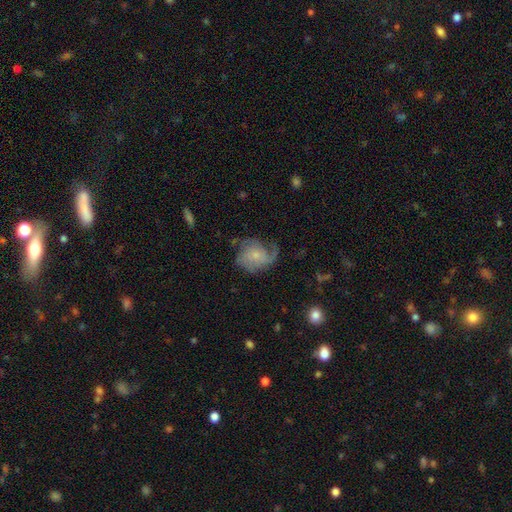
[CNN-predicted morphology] Q: Smooth or featured?
A: featured or disk (69%); runner-up: smooth (23%)
Q: Edge-on disk?
A: no (98%); runner-up: yes (2%)
Q: Bar?
A: no (75%); runner-up: weak (22%)
Q: Spiral arms?
A: yes (90%); runner-up: no (10%)
Q: Spiral winding?
A: medium (40%); runner-up: loose (33%)
Q: Spiral arm count?
A: 2 (26%); runner-up: 1 (23%)
Q: Bulge size?
A: small (67%); runner-up: moderate (23%)
Q: Merging?
A: none (50%); runner-up: major disturbance (24%)